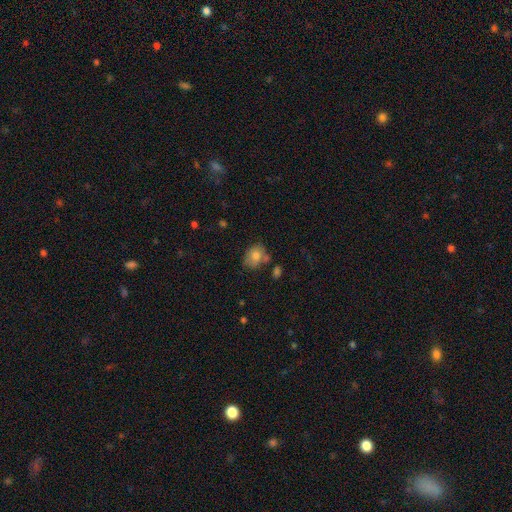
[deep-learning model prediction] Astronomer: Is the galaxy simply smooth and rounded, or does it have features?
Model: smooth — 75%.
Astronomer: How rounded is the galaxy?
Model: in between — 60% (runner-up: round, 39%).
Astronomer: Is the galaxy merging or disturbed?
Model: none — 50% (runner-up: minor disturbance, 26%).